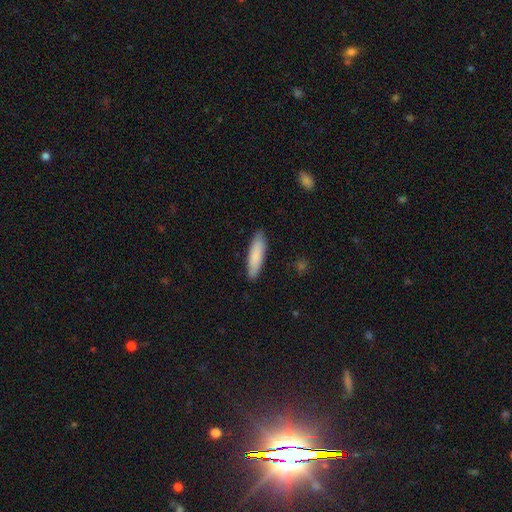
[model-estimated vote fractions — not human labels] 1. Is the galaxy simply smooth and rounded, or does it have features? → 85% smooth, 10% featured or disk, 5% star or artifact.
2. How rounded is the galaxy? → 70% cigar-shaped, 28% in between, 1% round.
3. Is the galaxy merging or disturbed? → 88% none, 9% minor disturbance, 2% major disturbance, 1% merger.